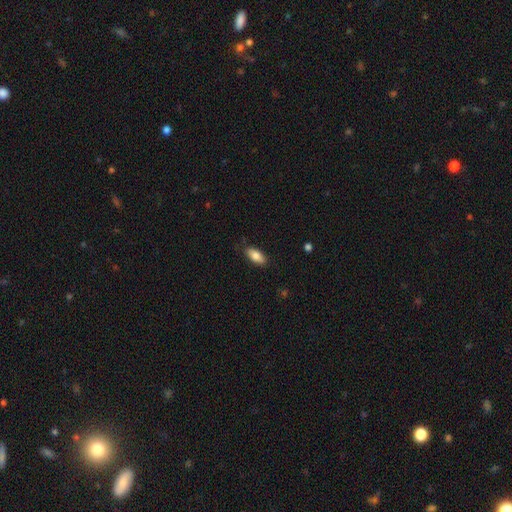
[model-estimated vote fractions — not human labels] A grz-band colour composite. It shows a smooth galaxy with no disk features (83%) that is in between round and cigar-shaped (88%). Merging: none (84%).